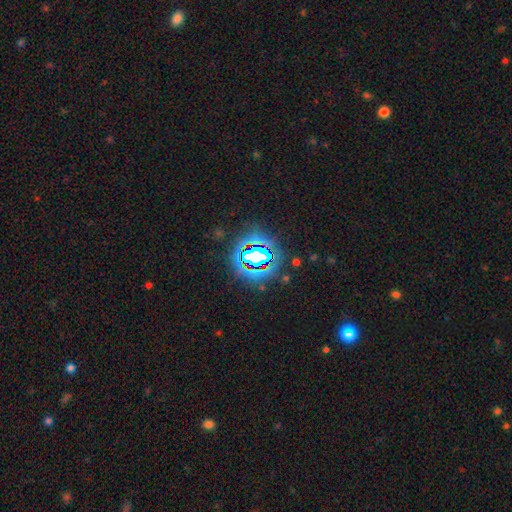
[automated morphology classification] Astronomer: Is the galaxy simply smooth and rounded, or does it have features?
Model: star or artifact — 74%.